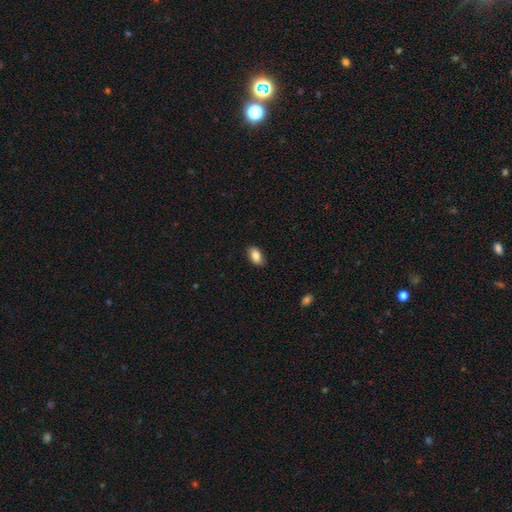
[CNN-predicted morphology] Q: Smooth or featured?
A: smooth (86%); runner-up: star or artifact (7%)
Q: How rounded?
A: in between (91%); runner-up: round (7%)
Q: Merging?
A: none (86%); runner-up: minor disturbance (11%)